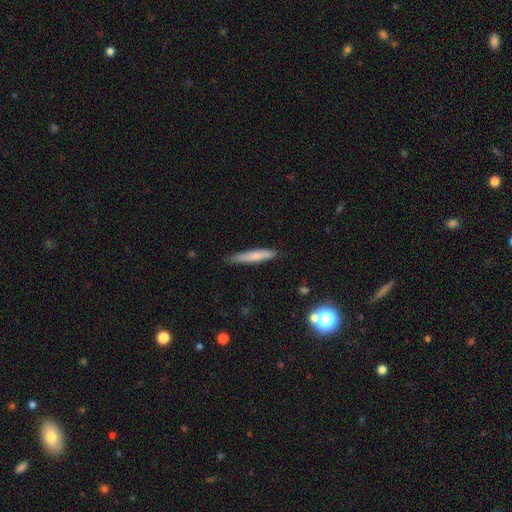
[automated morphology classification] A smooth galaxy with no disk features (75%) that is cigar-shaped (92%). Merging: none (77%).